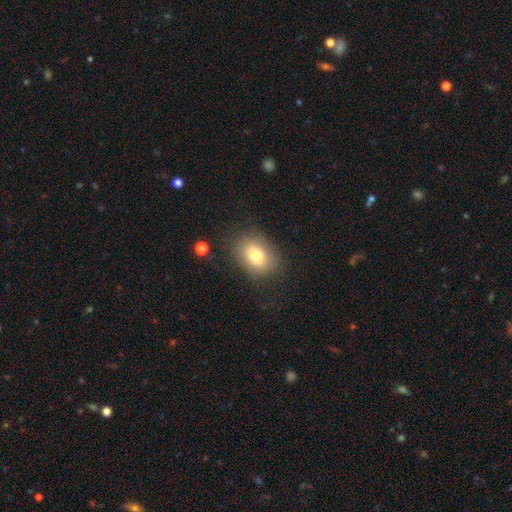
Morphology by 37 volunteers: smooth-or-featured: smooth: 81% | featured or disk: 16% | star or artifact: 3%
  how-rounded: in between: 60% | round: 40% | cigar-shaped: 0%
  merging: none: 78% | minor disturbance: 14% | major disturbance: 6% | merger: 3%